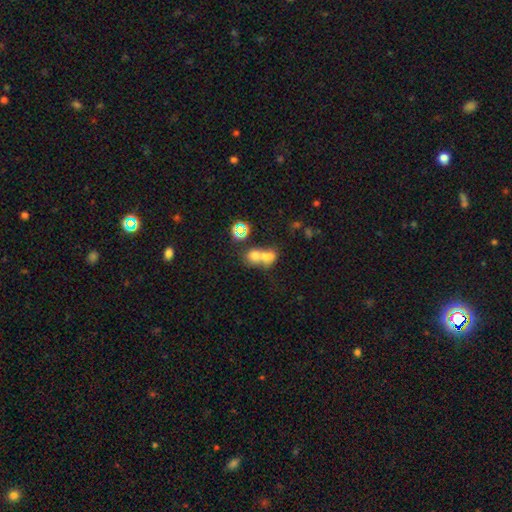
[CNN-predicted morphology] Overall: smooth (62%). How rounded: round (60%; in between 38%). Merging: merger (66%).